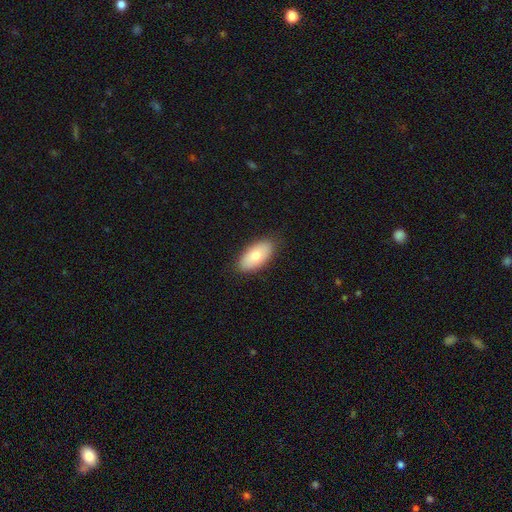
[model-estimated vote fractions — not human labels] A smooth galaxy with no disk features (75%) that is in between round and cigar-shaped (94%). Merging: none (85%).